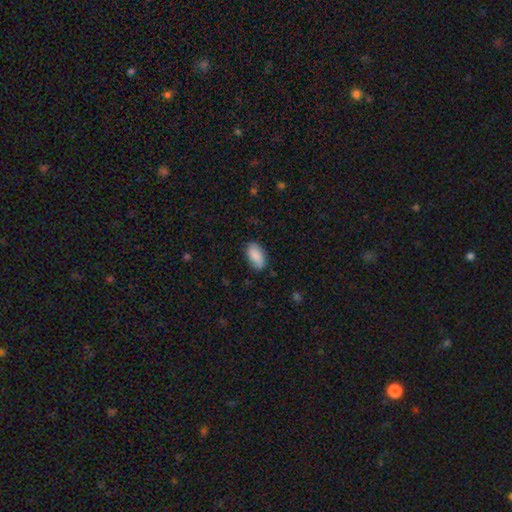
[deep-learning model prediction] smooth 84%, featured or disk 10%, star or artifact 6%. Down the decision tree: how rounded — in between (94%); merging — none (80%).